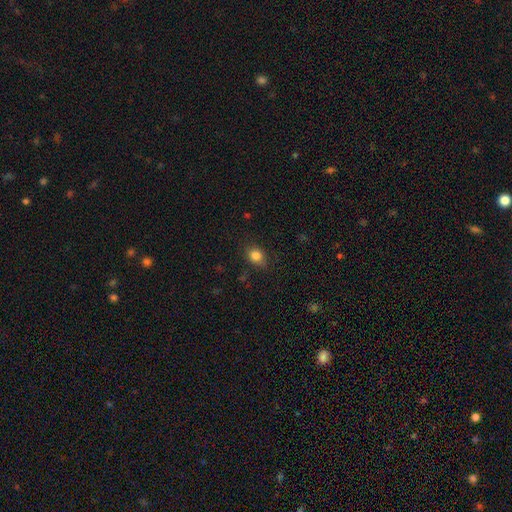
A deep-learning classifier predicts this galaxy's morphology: Overall: smooth (84%). How rounded: round (51%; in between 48%). Merging: none (79%).